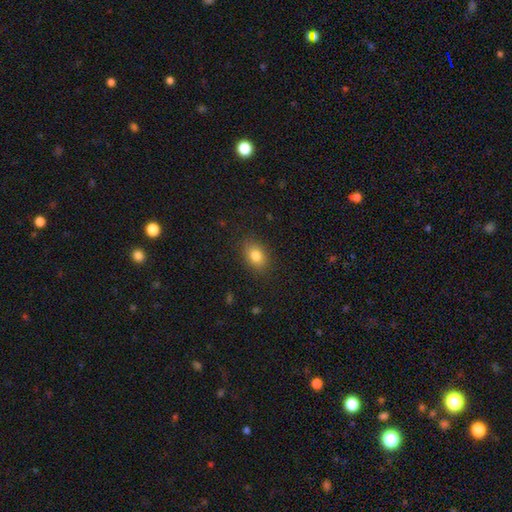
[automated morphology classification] The model was most divided on "how rounded": in between: 76%, round: 22%, cigar-shaped: 1%. More confident: merging — none (86%); smooth or featured — smooth (83%).